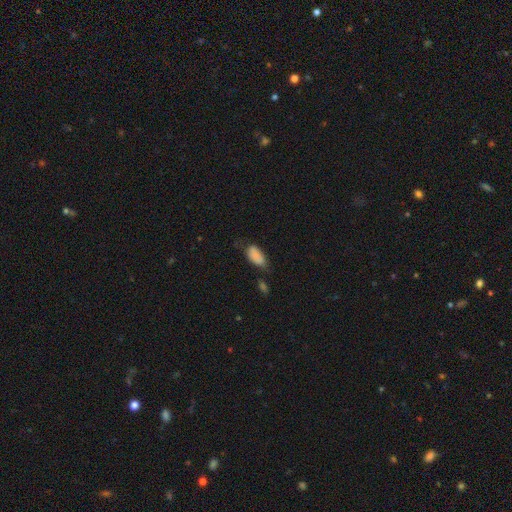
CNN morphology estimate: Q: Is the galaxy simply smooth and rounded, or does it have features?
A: smooth — 84%.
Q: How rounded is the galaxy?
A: in between — 91%.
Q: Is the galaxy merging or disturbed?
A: none — 43%.